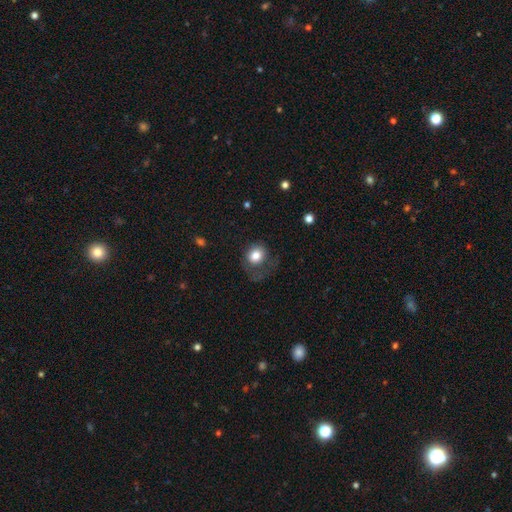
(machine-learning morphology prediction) Overall: smooth (78%). How rounded: round (70%). Merging: none (45%; major disturbance 32%).